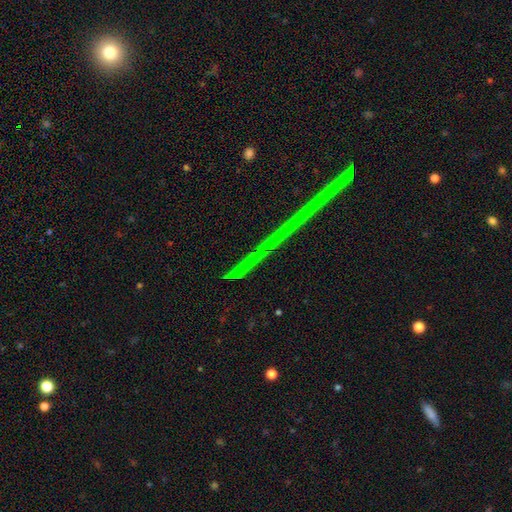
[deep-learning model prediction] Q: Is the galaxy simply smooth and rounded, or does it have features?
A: star or artifact — 78%.